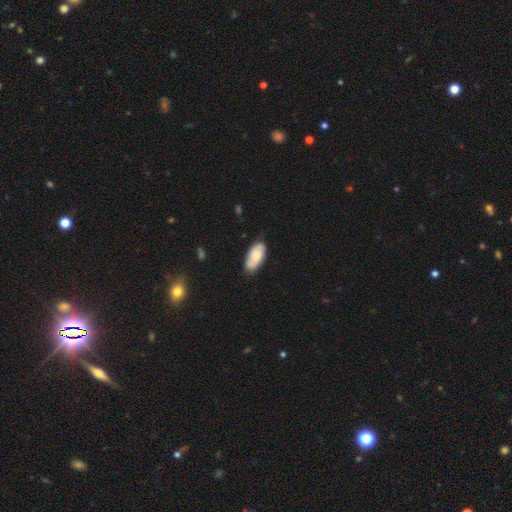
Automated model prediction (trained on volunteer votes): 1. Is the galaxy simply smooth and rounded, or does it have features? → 57% smooth, 36% featured or disk, 6% star or artifact.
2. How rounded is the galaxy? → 90% in between, 8% cigar-shaped, 2% round.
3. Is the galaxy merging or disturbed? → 77% none, 18% minor disturbance, 3% major disturbance, 1% merger.